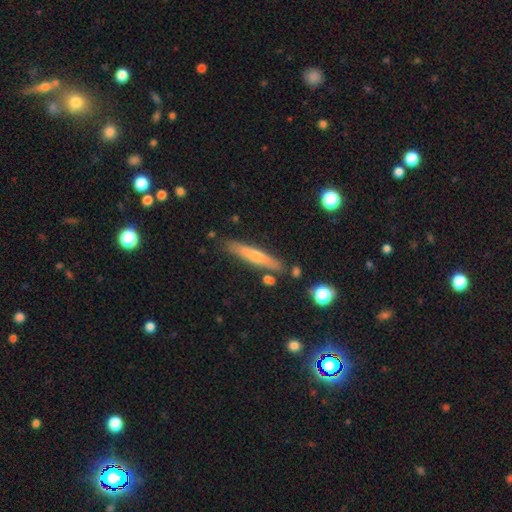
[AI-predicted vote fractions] Overall: smooth (52%; featured or disk 40%). How rounded: cigar-shaped (90%). Merging: none (84%).